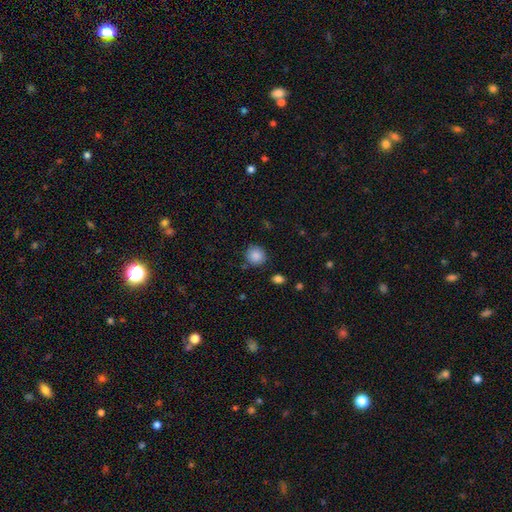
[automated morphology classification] Smooth or featured? smooth (87%)
How rounded? round (89%)
Merging? none (82%)